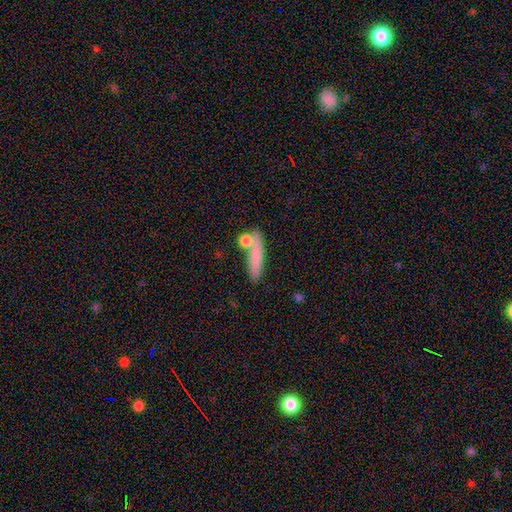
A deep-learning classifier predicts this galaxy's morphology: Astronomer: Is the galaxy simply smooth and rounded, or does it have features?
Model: smooth — 74%.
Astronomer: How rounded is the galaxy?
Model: cigar-shaped — 73%.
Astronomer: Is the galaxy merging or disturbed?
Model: none — 62%.